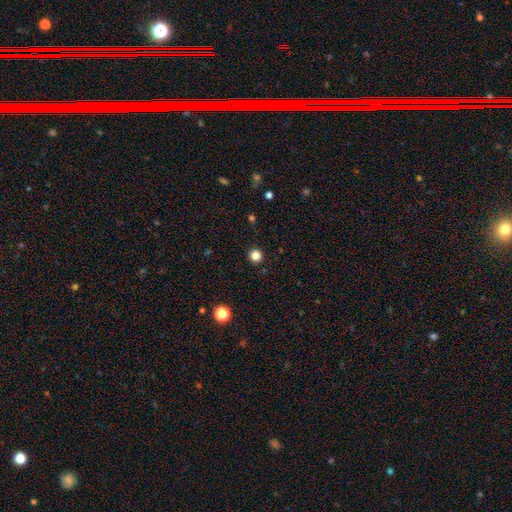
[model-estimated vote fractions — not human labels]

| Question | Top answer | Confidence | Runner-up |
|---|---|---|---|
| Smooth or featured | smooth | 83% | star or artifact (13%) |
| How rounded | round | 95% | in between (4%) |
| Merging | none | 93% | minor disturbance (4%) |